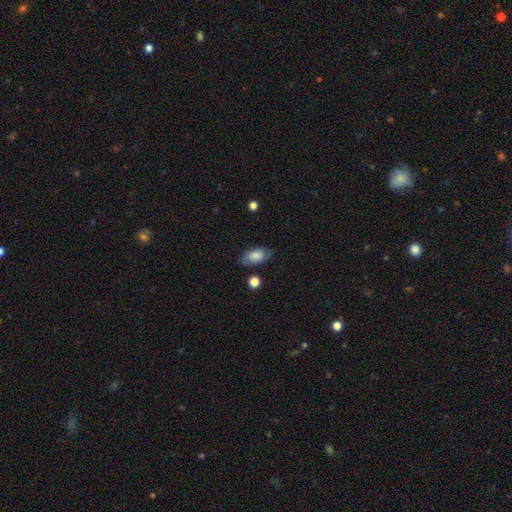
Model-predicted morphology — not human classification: This is likely a smooth galaxy (73%). How rounded: clearly in between (91%). Merging: likely none (72%).